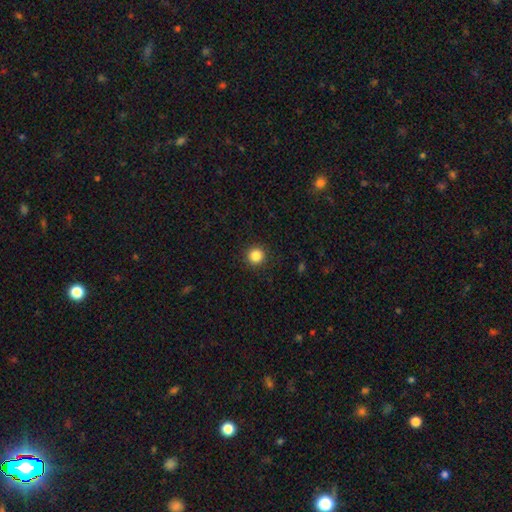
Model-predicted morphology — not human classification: Smooth or featured? Predicted: smooth (p=0.85). How rounded? Predicted: round (p=0.95). Merging? Predicted: none (p=0.92).